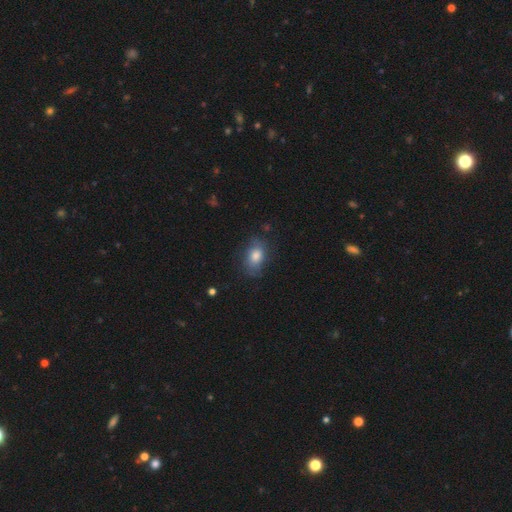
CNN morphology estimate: smooth-or-featured: smooth: 78% | featured or disk: 14% | star or artifact: 9%
  how-rounded: in between: 79% | round: 19% | cigar-shaped: 2%
  merging: none: 72% | minor disturbance: 20% | major disturbance: 7% | merger: 1%